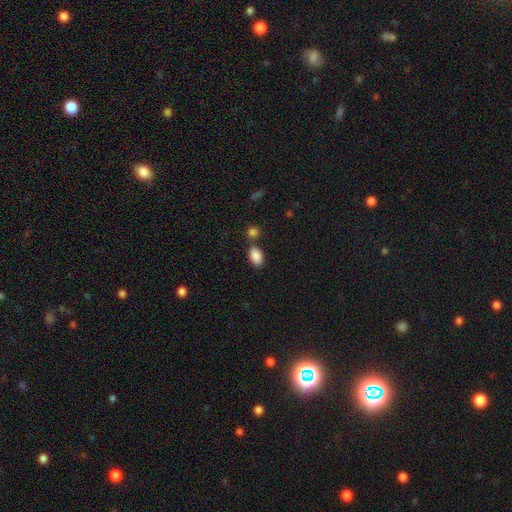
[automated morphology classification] This is clearly a smooth galaxy (88%). How rounded: clearly in between (91%). Merging: likely none (70%).